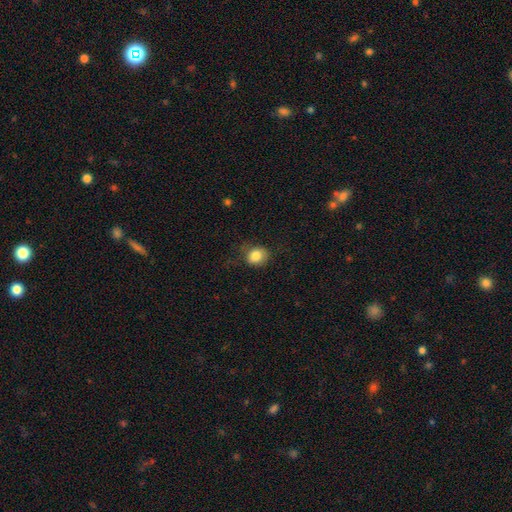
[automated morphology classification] smooth_or_featured: smooth (p=0.83) [alt: star or artifact p=0.10]
how_rounded: round (p=0.70) [alt: in between p=0.29]
merging: none (p=0.74) [alt: minor disturbance p=0.19]